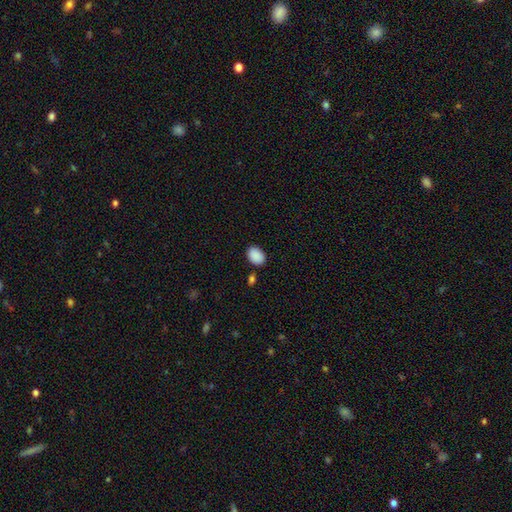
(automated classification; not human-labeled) The model was most divided on "how rounded": in between: 80%, round: 19%, cigar-shaped: 1%. More confident: smooth or featured — smooth (90%); merging — none (82%).